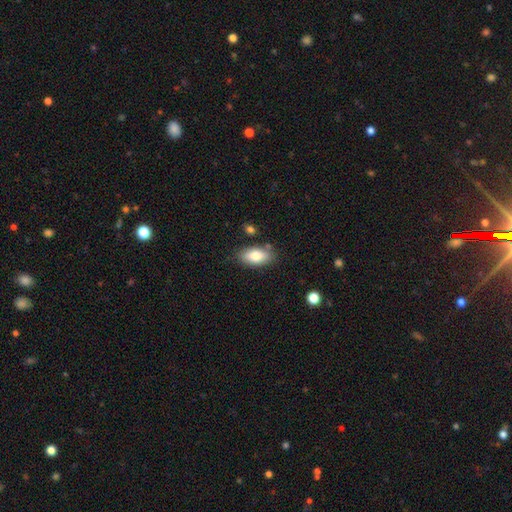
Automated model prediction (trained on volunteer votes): The model was most divided on "smooth or featured": smooth: 78%, featured or disk: 15%, star or artifact: 7%. More confident: how rounded — in between (89%); merging — none (79%).